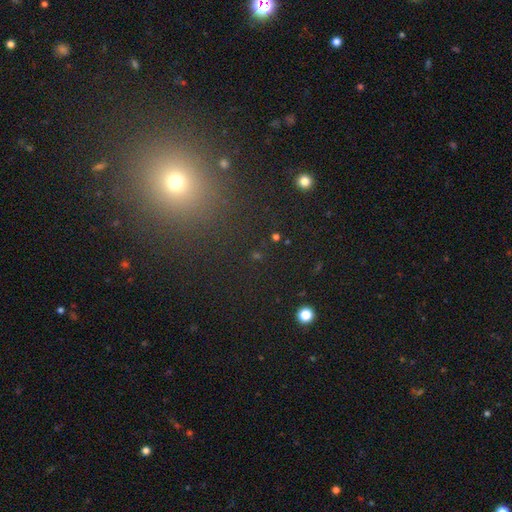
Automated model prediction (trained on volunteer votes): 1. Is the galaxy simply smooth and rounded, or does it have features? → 47% star or artifact, 45% smooth, 8% featured or disk.